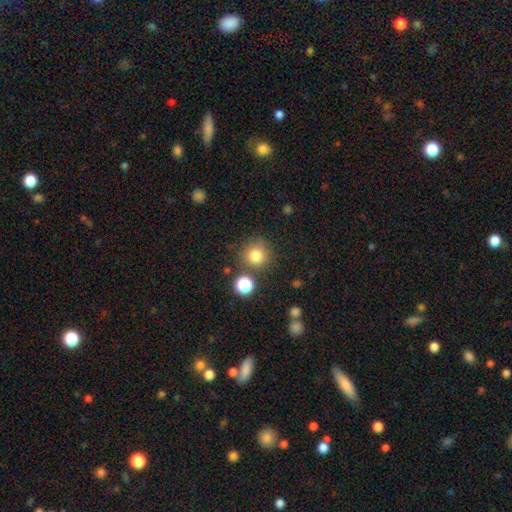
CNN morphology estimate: A smooth galaxy with no disk features (80%) that is round (93%). Merging: none (80%).